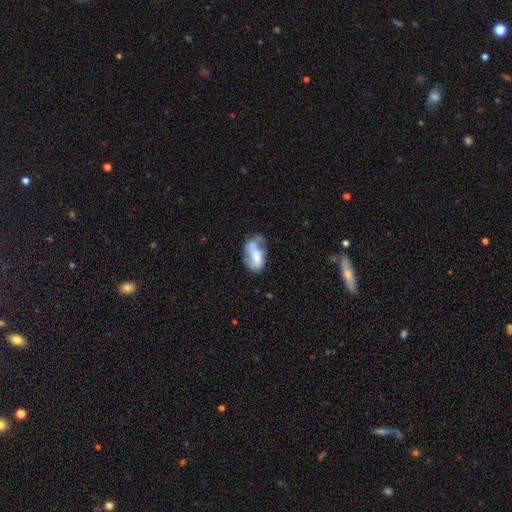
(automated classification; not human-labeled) Morphology: type=smooth (53%); roundness=in between (90%); merging=merger (27%).